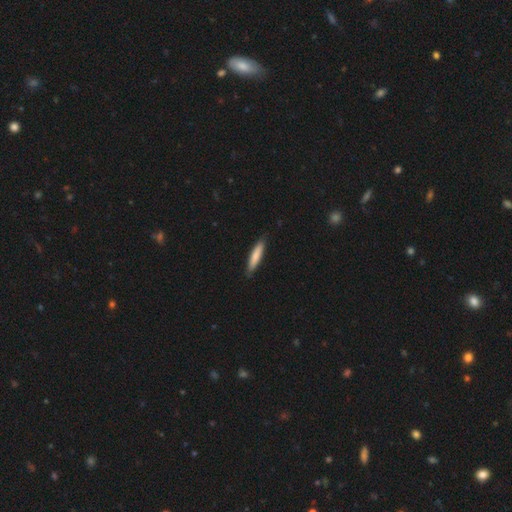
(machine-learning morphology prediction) A smooth galaxy with no disk features (78%) that is cigar-shaped (87%). Merging: none (86%).